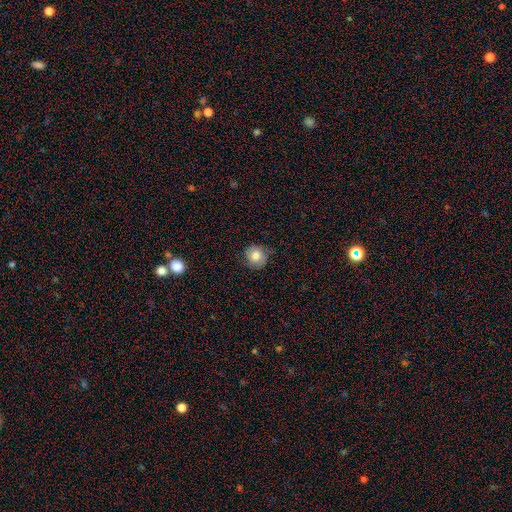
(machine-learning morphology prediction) Smooth or featured?
  - smooth: 78% *
  - featured or disk: 13%
  - star or artifact: 10%
How rounded?
  - round: 91% *
  - in between: 8%
  - cigar-shaped: 1%
Merging?
  - none: 80% *
  - minor disturbance: 15%
  - major disturbance: 4%
  - merger: 1%